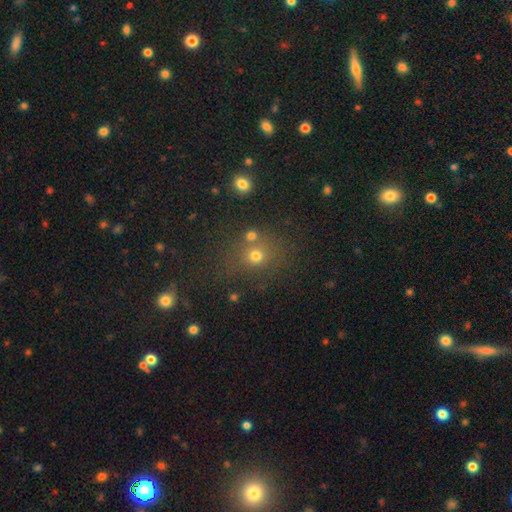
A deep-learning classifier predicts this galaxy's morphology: Q: Smooth or featured?
A: smooth (69%); runner-up: star or artifact (21%)
Q: How rounded?
A: round (82%); runner-up: in between (16%)
Q: Merging?
A: none (67%); runner-up: merger (16%)